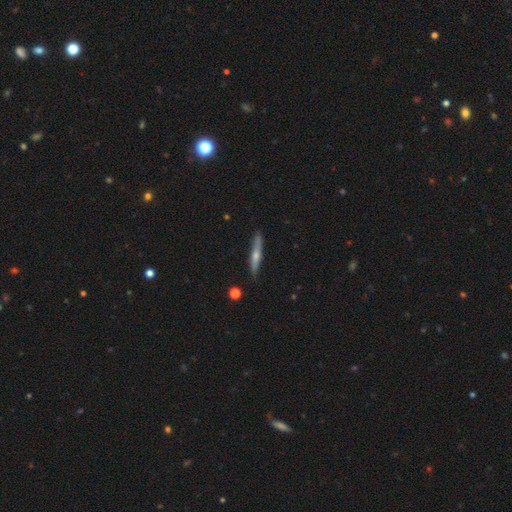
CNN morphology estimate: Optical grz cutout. It shows a featured or disk galaxy (57%) viewed edge-on (95%) with a rounded central bulge (82%). Merging: none (88%).